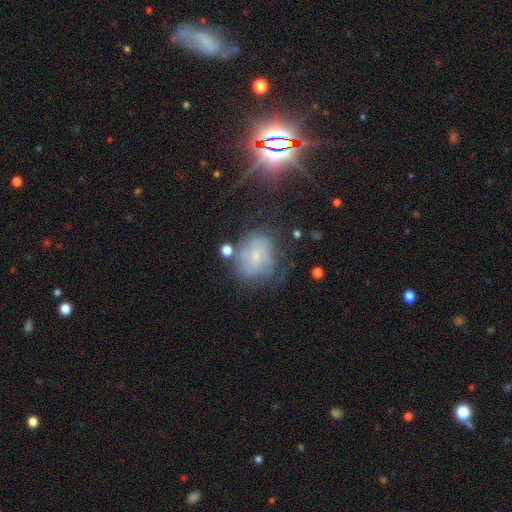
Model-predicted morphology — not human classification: smooth-or-featured: featured or disk: 55% | smooth: 30% | star or artifact: 16%
  disk-edge-on: no: 96% | yes: 4%
    bar: no: 69% | weak: 26% | strong: 5%
    has-spiral-arms: yes: 75% | no: 25%
    bulge-size: small: 77% | moderate: 15% | none: 6% | large: 1% | dominant: 1%
  merging: none: 56% | minor disturbance: 24% | major disturbance: 15% | merger: 6%